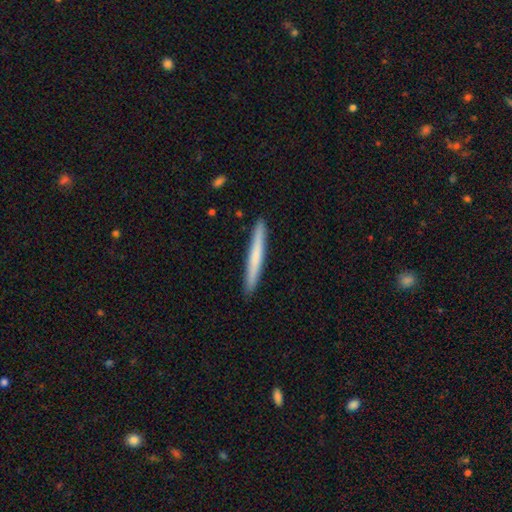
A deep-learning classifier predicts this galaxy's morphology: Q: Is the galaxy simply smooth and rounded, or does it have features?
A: smooth — 64%.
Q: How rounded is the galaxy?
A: cigar-shaped — 97%.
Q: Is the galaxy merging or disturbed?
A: none — 93%.